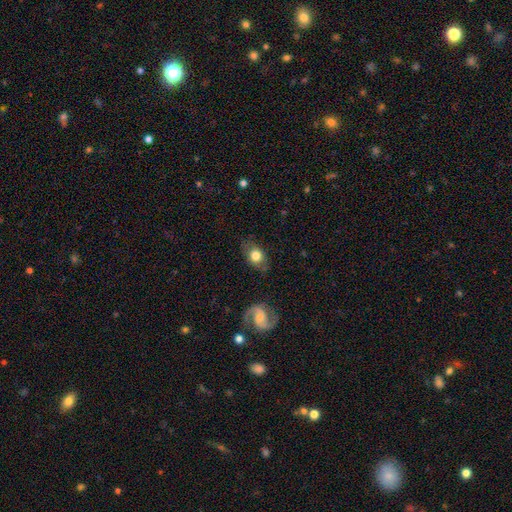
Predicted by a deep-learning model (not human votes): Smooth or featured? Predicted: smooth (p=0.63). How rounded? Predicted: in between (p=0.65). Merging? Predicted: none (p=0.74).